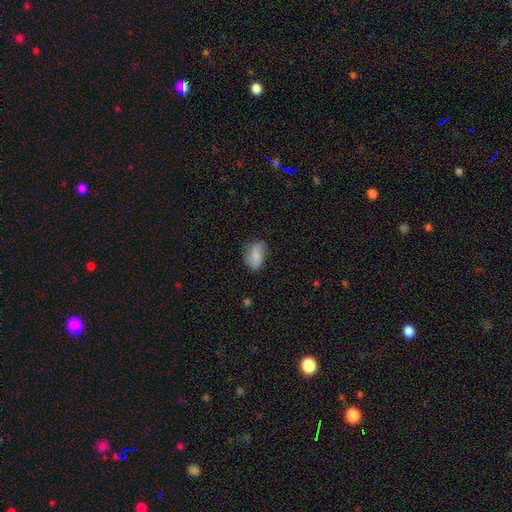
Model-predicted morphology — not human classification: smooth_or_featured: smooth (p=0.65) [alt: featured or disk p=0.27]
how_rounded: in between (p=0.80) [alt: round p=0.18]
merging: none (p=0.63) [alt: minor disturbance p=0.26]